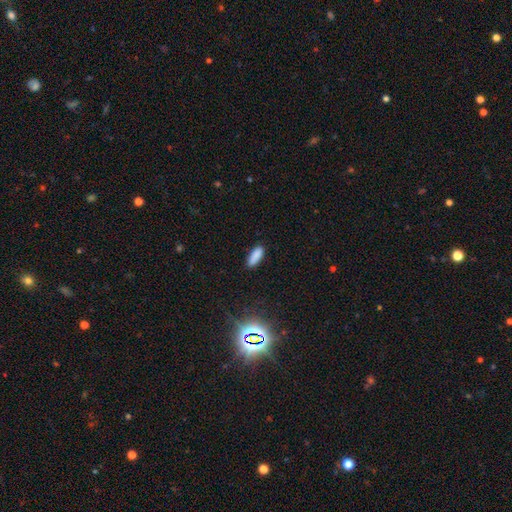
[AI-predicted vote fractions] smooth_or_featured: smooth (p=0.86) [alt: star or artifact p=0.09]
how_rounded: in between (p=0.65) [alt: cigar-shaped p=0.33]
merging: none (p=0.85) [alt: minor disturbance p=0.11]